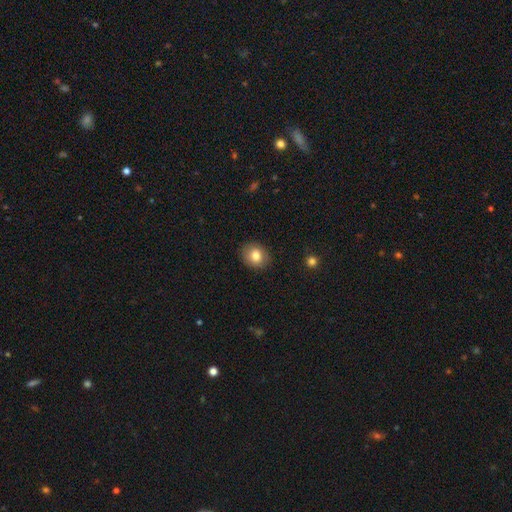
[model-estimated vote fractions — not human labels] Morphology: type=smooth (82%); roundness=round (65%); merging=none (88%).